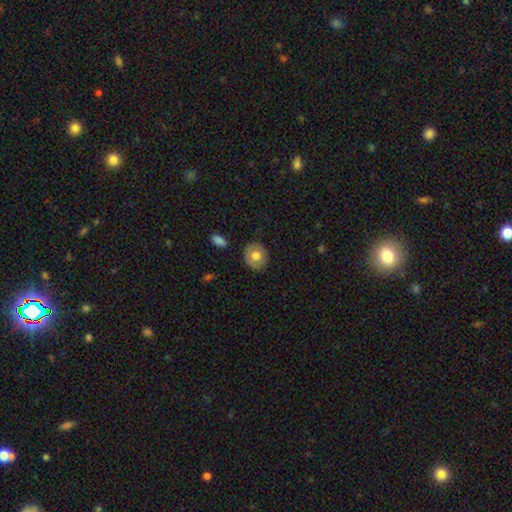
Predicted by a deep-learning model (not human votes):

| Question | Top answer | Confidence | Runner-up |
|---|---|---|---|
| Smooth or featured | smooth | 66% | featured or disk (27%) |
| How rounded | round | 76% | in between (23%) |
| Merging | none | 84% | minor disturbance (12%) |